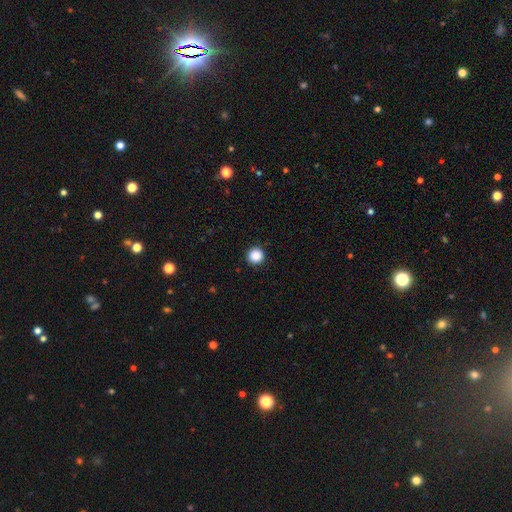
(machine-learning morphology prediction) A smooth galaxy with no disk features (88%) that is round (95%). Merging: none (92%).